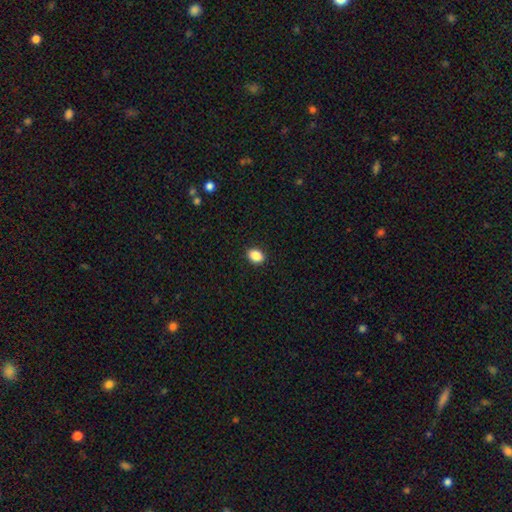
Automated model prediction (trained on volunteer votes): Smooth or featured: smooth — 88% (star or artifact — 9%)
How rounded: in between — 70% (round — 29%)
Merging: none — 91% (minor disturbance — 6%)